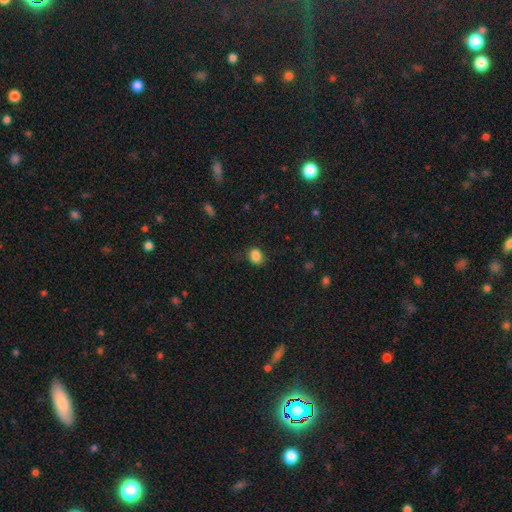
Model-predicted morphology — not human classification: Smooth or featured? Predicted: smooth (p=0.86). How rounded? Predicted: in between (p=0.50). Merging? Predicted: none (p=0.79).